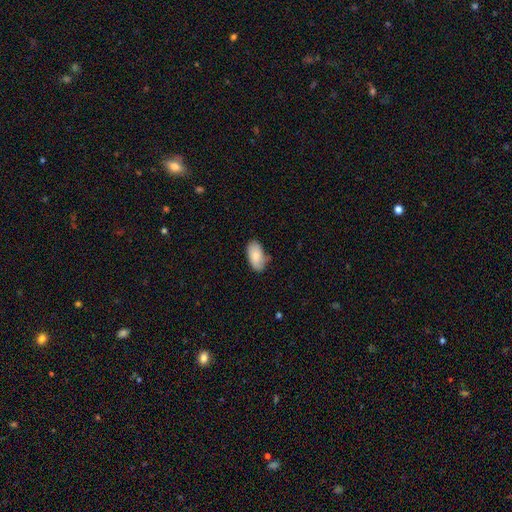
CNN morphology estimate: This is clearly a smooth galaxy (83%). How rounded: clearly in between (94%). Merging: likely none (72%).